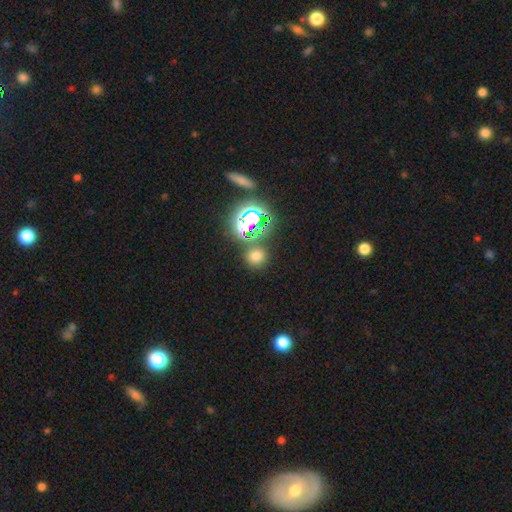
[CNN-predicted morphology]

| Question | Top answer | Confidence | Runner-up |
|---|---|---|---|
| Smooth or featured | smooth | 61% | star or artifact (32%) |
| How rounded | round | 83% | in between (16%) |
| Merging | none | 80% | minor disturbance (9%) |